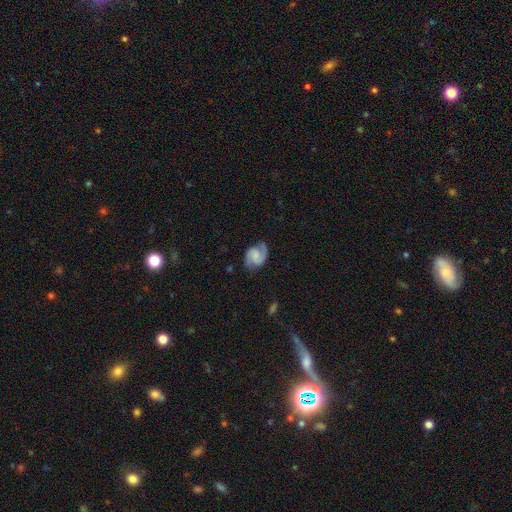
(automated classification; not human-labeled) smooth_or_featured: featured or disk (p=0.79) [alt: smooth p=0.15]
disk_edge_on: no (p=0.98) [alt: yes p=0.02]
bar: no (p=0.49) [alt: weak p=0.42]
has_spiral_arms: yes (p=0.97) [alt: no p=0.03]
spiral_winding: medium (p=0.52) [alt: tight p=0.27]
spiral_arm_count: 2 (p=0.90) [alt: can't tell p=0.03]
bulge_size: small (p=0.36) [alt: none p=0.31]
merging: none (p=0.77) [alt: minor disturbance p=0.17]